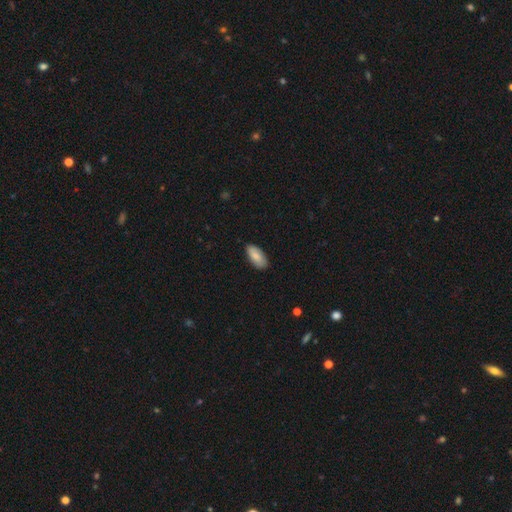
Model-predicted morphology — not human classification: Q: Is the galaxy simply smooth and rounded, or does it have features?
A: smooth — 84%.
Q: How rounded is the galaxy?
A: in between — 92%.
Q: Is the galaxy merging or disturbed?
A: none — 84%.